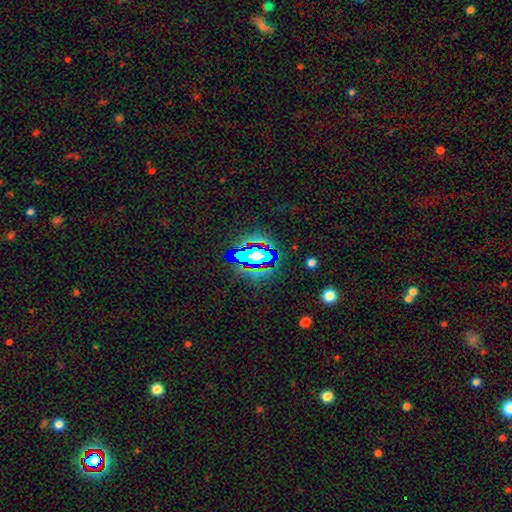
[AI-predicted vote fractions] The model was most divided on "smooth or featured": star or artifact: 60%, smooth: 23%, featured or disk: 16%.